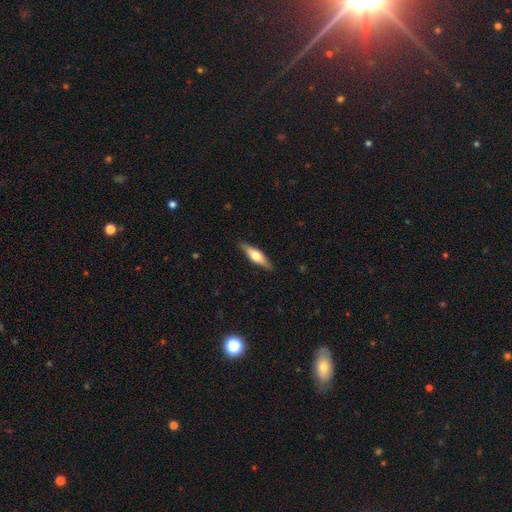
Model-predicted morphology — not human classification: This is possibly a featured or disk galaxy (48%). Merging: clearly none (88%).